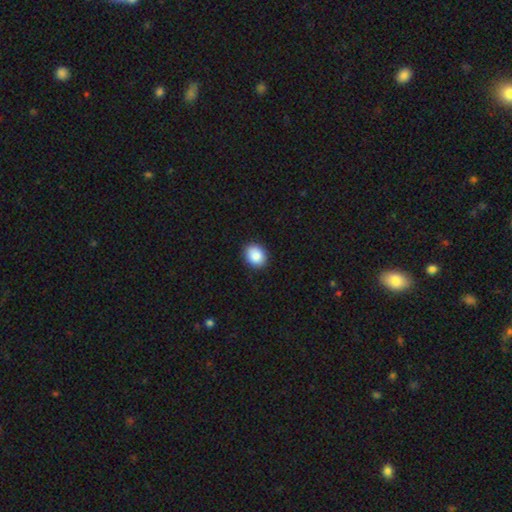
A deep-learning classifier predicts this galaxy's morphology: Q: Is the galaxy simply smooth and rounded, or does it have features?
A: smooth — 88%.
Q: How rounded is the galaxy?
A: round — 51%.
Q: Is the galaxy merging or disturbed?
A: none — 90%.